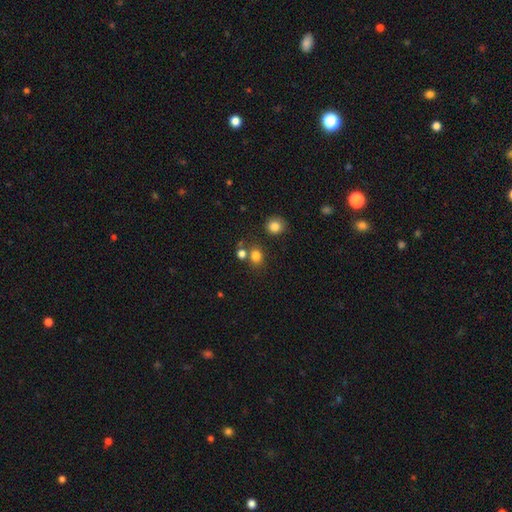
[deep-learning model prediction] Smooth or featured: smooth — 79% (star or artifact — 15%)
How rounded: round — 67% (in between — 32%)
Merging: none — 69% (merger — 18%)